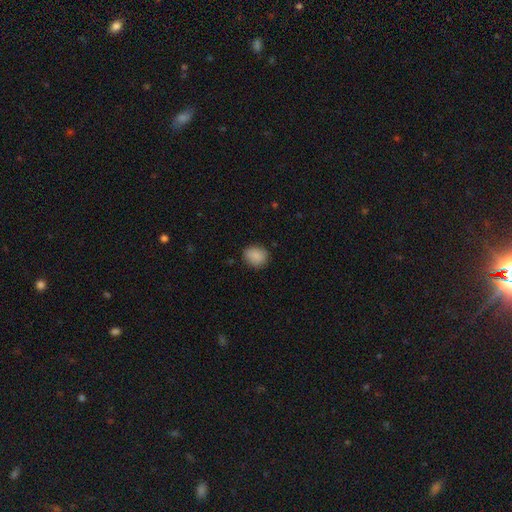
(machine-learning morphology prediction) Smooth or featured?
  - smooth: 85% *
  - star or artifact: 8%
  - featured or disk: 7%
How rounded?
  - round: 68% *
  - in between: 31%
  - cigar-shaped: 1%
Merging?
  - none: 84% *
  - minor disturbance: 12%
  - major disturbance: 3%
  - merger: 1%